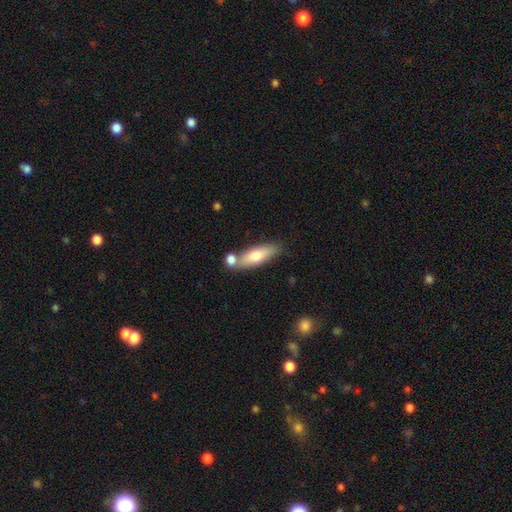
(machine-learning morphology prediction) A smooth galaxy with no disk features (69%) that is in between round and cigar-shaped (51%). Merging: none (62%).